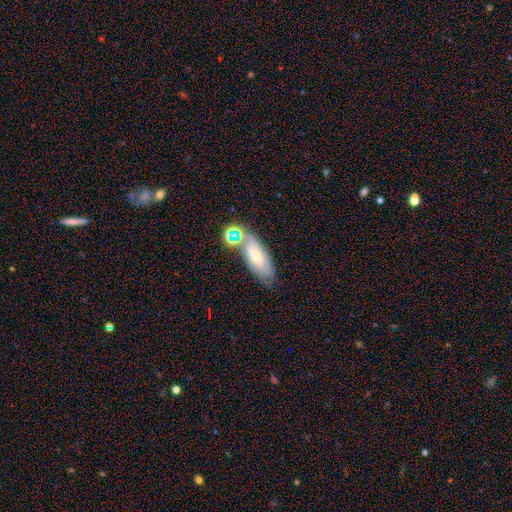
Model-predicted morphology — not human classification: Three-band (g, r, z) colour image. It shows a featured or disk galaxy (51%). Merging: none (43%).